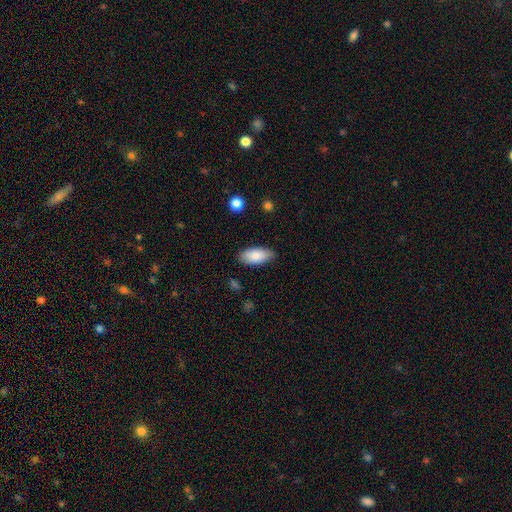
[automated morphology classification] The model was most divided on "merging": none: 83%, minor disturbance: 13%, major disturbance: 2%, merger: 1%. More confident: how rounded — in between (91%); smooth or featured — smooth (83%).